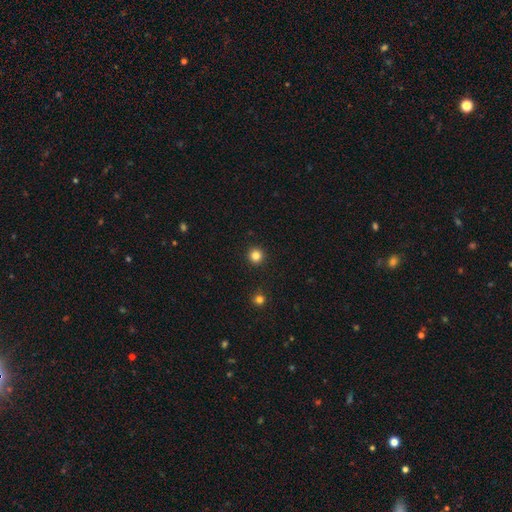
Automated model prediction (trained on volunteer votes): A smooth galaxy with no disk features (83%) that is round (96%).

Vote fractions:
- Smooth or featured? smooth: 83% / star or artifact: 13% / featured or disk: 4%
- How rounded? round: 96% / in between: 3% / cigar-shaped: 1%
- Merging? none: 93% / minor disturbance: 4% / major disturbance: 2% / merger: 1%